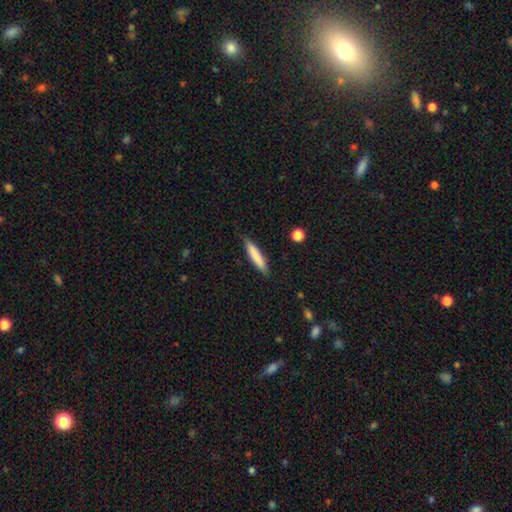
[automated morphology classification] Overall: smooth (79%). How rounded: cigar-shaped (89%). Merging: none (85%).